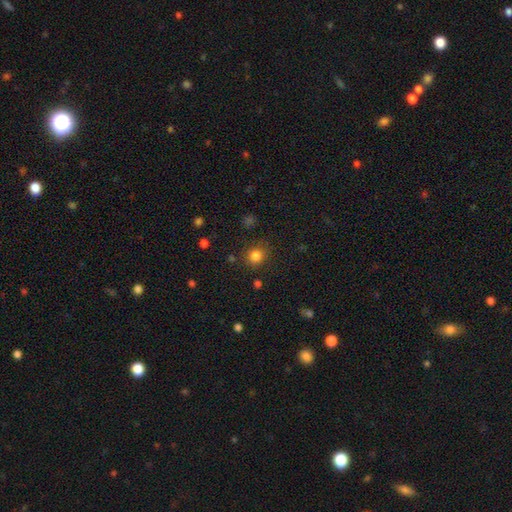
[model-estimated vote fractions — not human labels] A smooth galaxy with no disk features (82%) that is round (88%). Merging: none (84%).